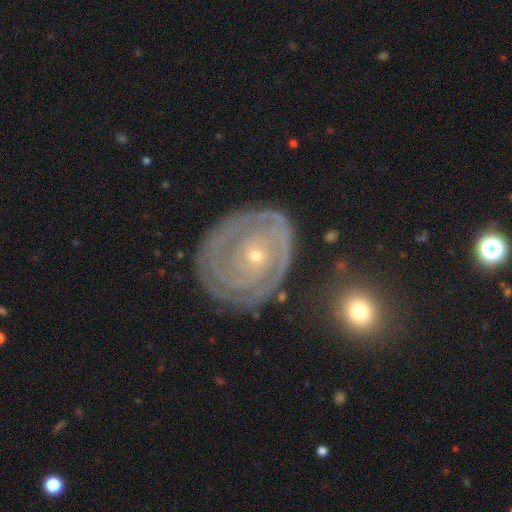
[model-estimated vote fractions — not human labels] This appears to be a featured or disk galaxy (84%) with no bar (80%), tight (82%) spiral arms (90%) and a small central bulge (80%). Merging: none (71%).